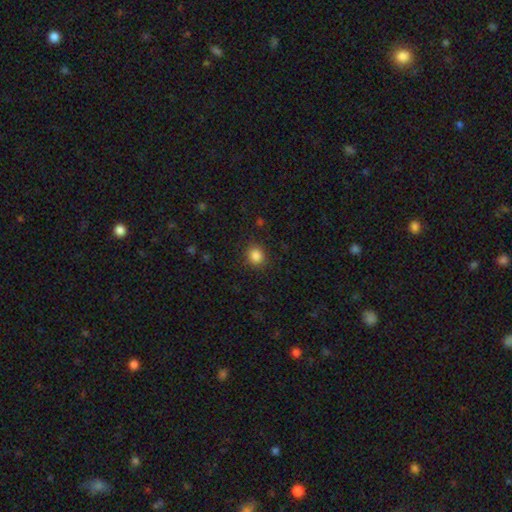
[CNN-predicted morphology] Smooth or featured? smooth (86%)
How rounded? round (80%)
Merging? none (89%)